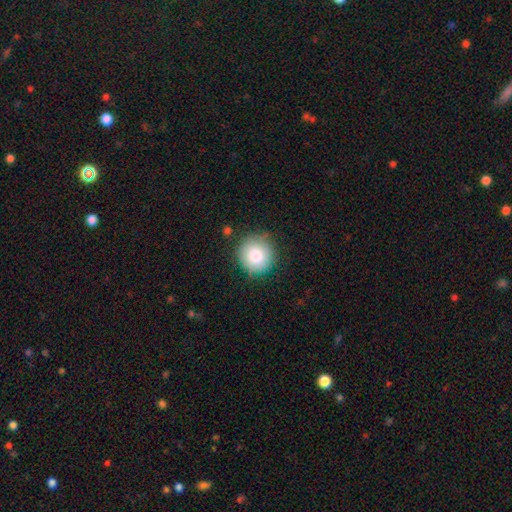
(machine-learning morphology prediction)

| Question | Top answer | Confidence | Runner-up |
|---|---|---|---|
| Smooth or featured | smooth | 80% | featured or disk (10%) |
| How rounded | round | 94% | in between (5%) |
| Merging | none | 82% | minor disturbance (13%) |